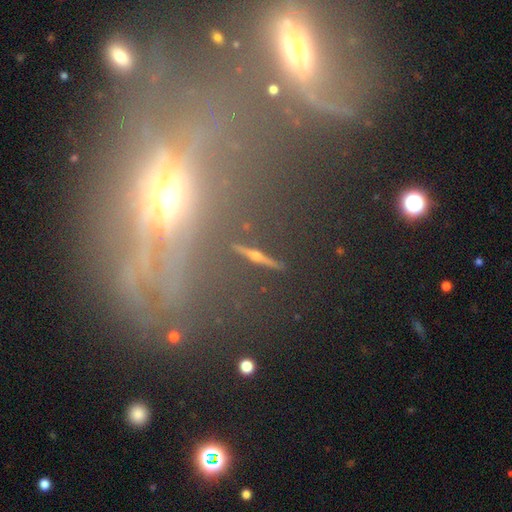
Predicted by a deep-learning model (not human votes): Smooth or featured? featured or disk (45%)
Merging? none (65%)